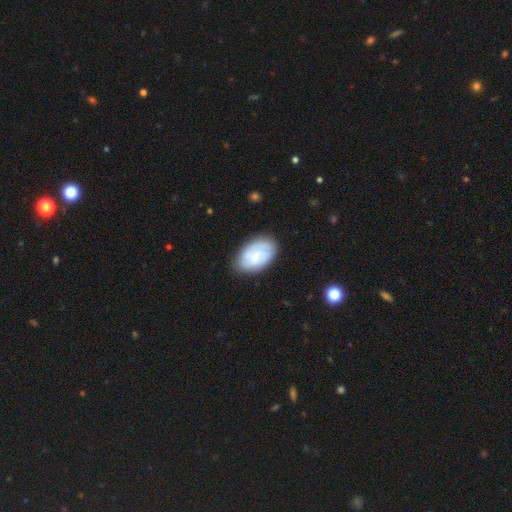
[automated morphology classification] smooth-or-featured: smooth: 54% | featured or disk: 39% | star or artifact: 6%
  how-rounded: in between: 91% | round: 8% | cigar-shaped: 1%
  merging: none: 76% | minor disturbance: 18% | major disturbance: 4% | merger: 2%